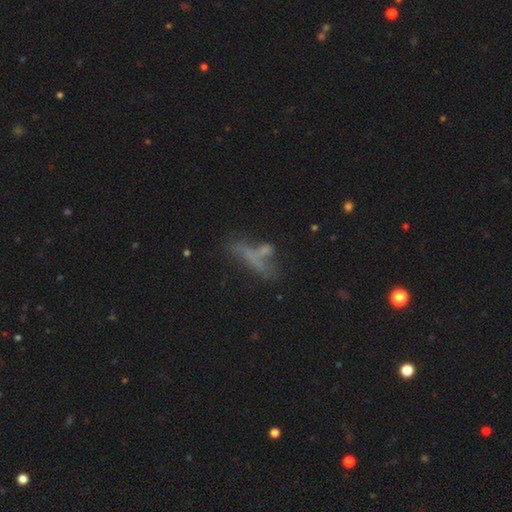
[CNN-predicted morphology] This is marginally a smooth galaxy (44%). Merging: marginally none (37%).